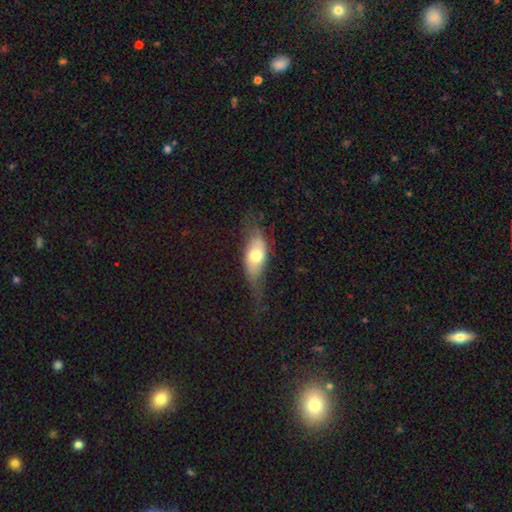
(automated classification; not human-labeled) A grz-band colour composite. It shows a smooth galaxy with no disk features (58%) that is in between round and cigar-shaped (78%). Merging: none (43%).